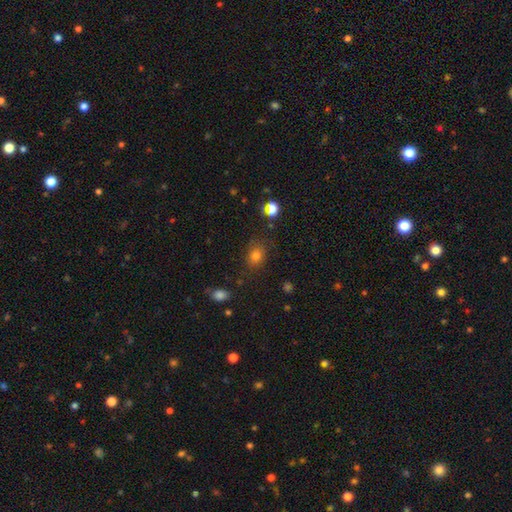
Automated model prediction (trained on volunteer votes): smooth 76%, star or artifact 16%, featured or disk 7%. Down the decision tree: how rounded — round (50%); merging — none (77%).